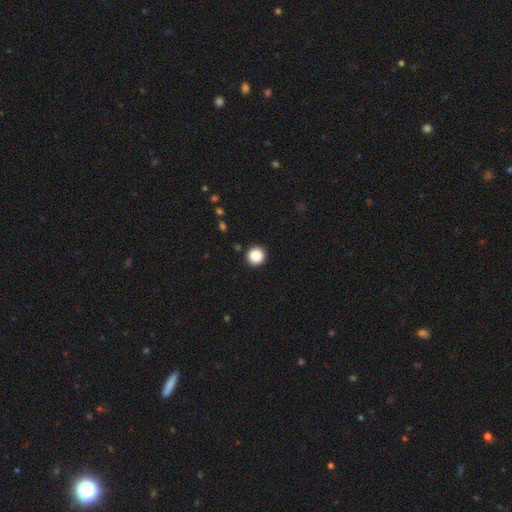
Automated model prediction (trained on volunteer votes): smooth-or-featured: smooth: 88% | star or artifact: 9% | featured or disk: 3%
  how-rounded: round: 95% | in between: 4% | cigar-shaped: 1%
  merging: none: 92% | minor disturbance: 5% | major disturbance: 2% | merger: 1%